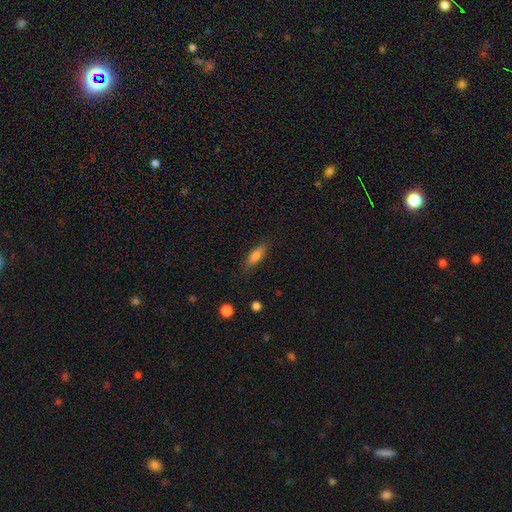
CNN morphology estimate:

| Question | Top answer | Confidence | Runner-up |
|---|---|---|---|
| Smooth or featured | smooth | 77% | featured or disk (15%) |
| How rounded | in between | 61% | cigar-shaped (36%) |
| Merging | none | 80% | minor disturbance (15%) |